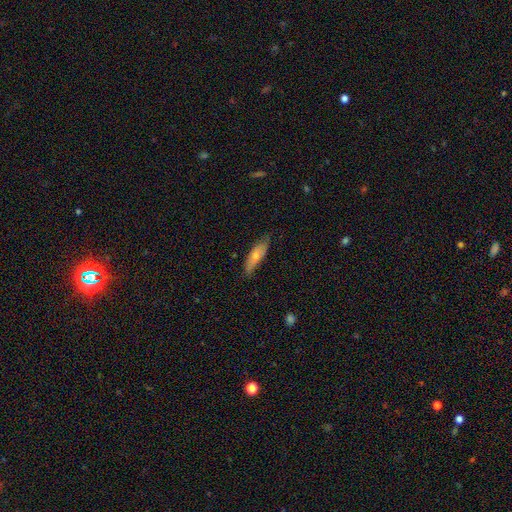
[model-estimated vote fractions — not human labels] A smooth galaxy with no disk features (63%) that is in between round and cigar-shaped (50%). Merging: none (64%).